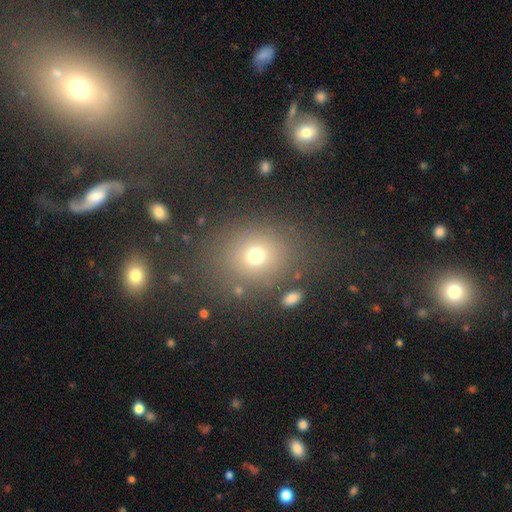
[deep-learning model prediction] smooth-or-featured: smooth: 70% | star or artifact: 19% | featured or disk: 11%
  how-rounded: round: 64% | in between: 35% | cigar-shaped: 1%
  merging: none: 77% | minor disturbance: 12% | major disturbance: 6% | merger: 5%